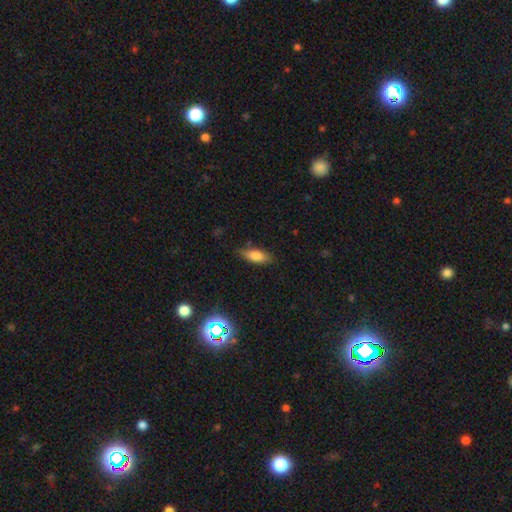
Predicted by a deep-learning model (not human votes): Q: Smooth or featured?
A: smooth (80%); runner-up: featured or disk (12%)
Q: How rounded?
A: in between (73%); runner-up: cigar-shaped (24%)
Q: Merging?
A: none (80%); runner-up: minor disturbance (15%)